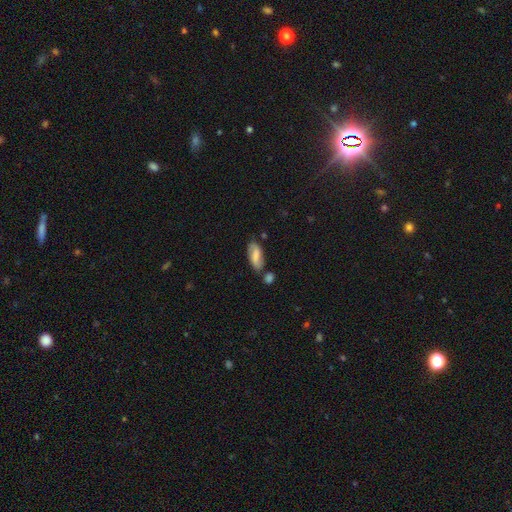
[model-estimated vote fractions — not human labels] smooth_or_featured: smooth (p=0.56) [alt: featured or disk p=0.36]
how_rounded: in between (p=0.79) [alt: cigar-shaped p=0.17]
merging: none (p=0.64) [alt: minor disturbance p=0.18]